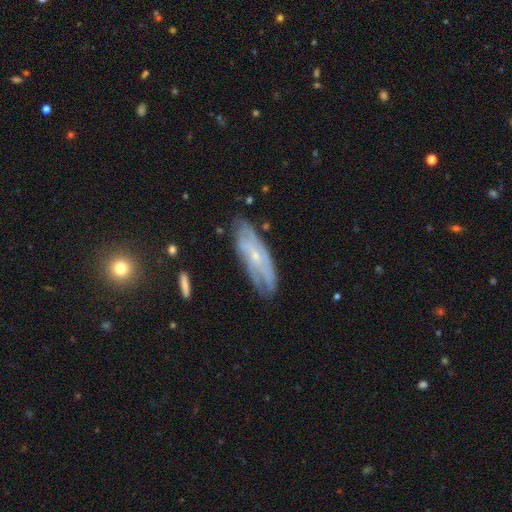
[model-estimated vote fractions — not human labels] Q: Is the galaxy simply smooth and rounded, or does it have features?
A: featured or disk — 70%.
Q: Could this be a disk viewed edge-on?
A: no — 80%.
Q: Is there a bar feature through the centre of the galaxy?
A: no — 69%.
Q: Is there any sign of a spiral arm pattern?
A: yes — 80%.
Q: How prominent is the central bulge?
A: small — 78%.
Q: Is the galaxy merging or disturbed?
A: none — 72%.